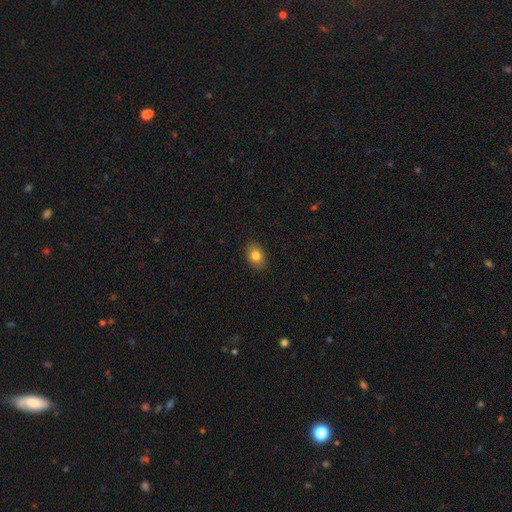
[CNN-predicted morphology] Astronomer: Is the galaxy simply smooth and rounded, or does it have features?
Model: smooth — 81%.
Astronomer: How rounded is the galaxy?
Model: in between — 76%.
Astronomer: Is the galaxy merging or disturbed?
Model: none — 89%.